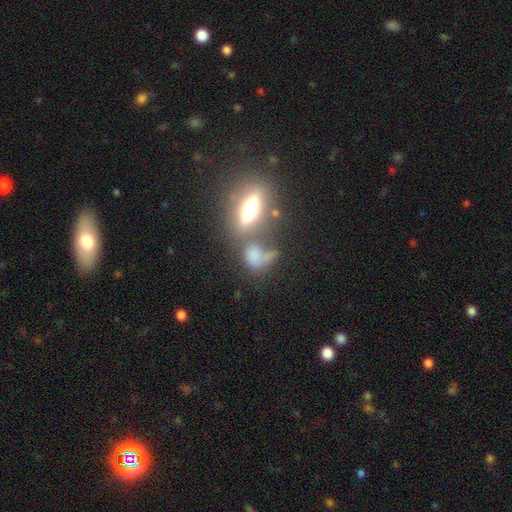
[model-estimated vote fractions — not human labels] smooth 56%, featured or disk 29%, star or artifact 15%. Down the decision tree: how rounded — in between (62%); merging — merger (40%).